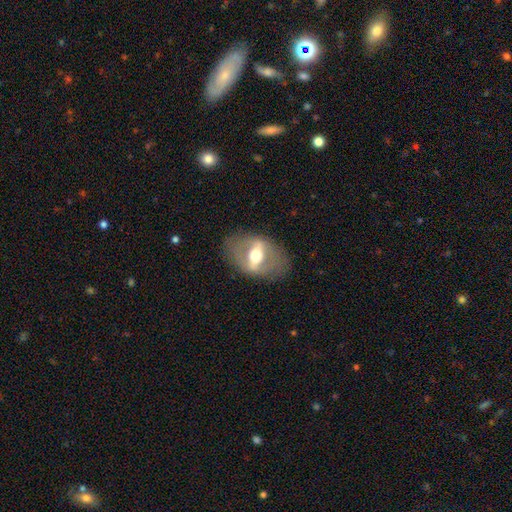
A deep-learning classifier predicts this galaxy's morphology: Overall: featured or disk (70%). Edge-on disk: no (74%). Bar: strong (71%). Spiral arms: no (85%). Bulge size: moderate (65%; large 26%). Merging: none (79%).